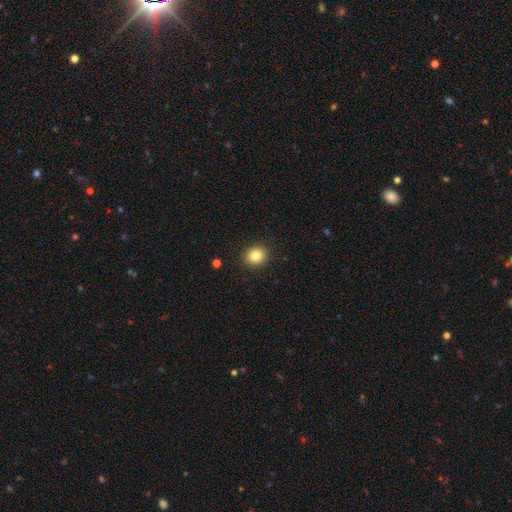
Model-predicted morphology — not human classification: Smooth or featured: smooth — 85% (star or artifact — 10%)
How rounded: round — 77% (in between — 22%)
Merging: none — 90% (minor disturbance — 7%)